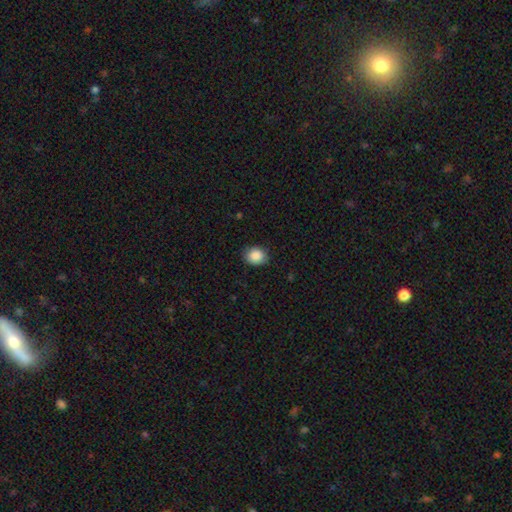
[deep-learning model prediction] Morphology: type=smooth (88%); roundness=round (64%); merging=none (85%).